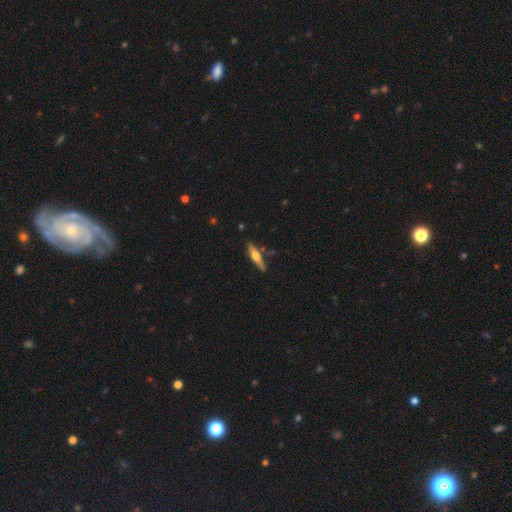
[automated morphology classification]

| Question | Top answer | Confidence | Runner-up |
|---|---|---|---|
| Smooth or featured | featured or disk | 56% | smooth (38%) |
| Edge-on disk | yes | 95% | no (5%) |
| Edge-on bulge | rounded | 90% | boxy (6%) |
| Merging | none | 81% | minor disturbance (12%) |